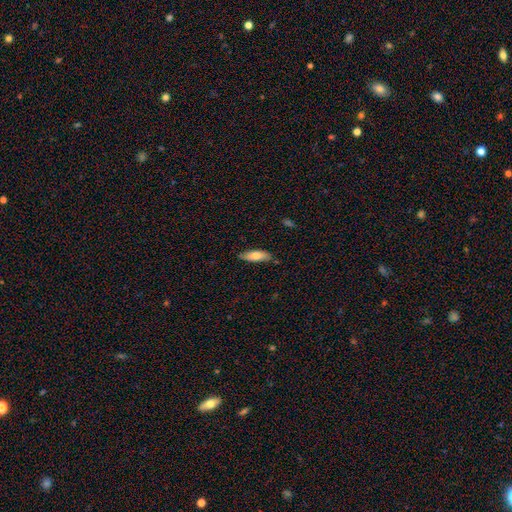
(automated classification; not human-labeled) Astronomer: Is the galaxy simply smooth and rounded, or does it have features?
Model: smooth — 75%.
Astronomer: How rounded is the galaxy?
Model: in between — 58% (runner-up: cigar-shaped, 40%).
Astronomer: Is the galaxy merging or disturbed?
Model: none — 82%.